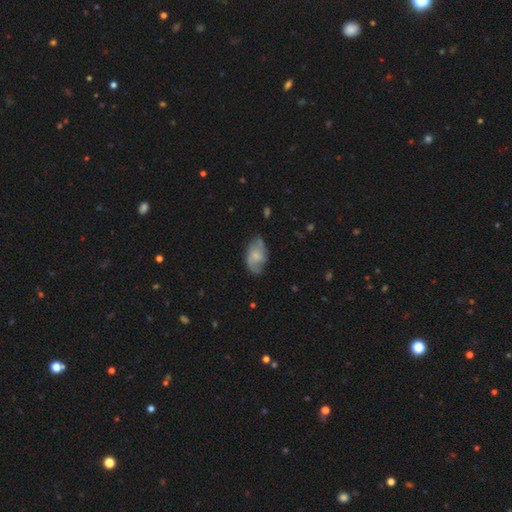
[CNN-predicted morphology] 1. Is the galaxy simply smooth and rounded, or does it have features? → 51% featured or disk, 42% smooth, 7% star or artifact.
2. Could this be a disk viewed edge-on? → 95% no, 5% yes.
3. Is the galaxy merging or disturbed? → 59% none, 27% minor disturbance, 12% major disturbance, 2% merger.